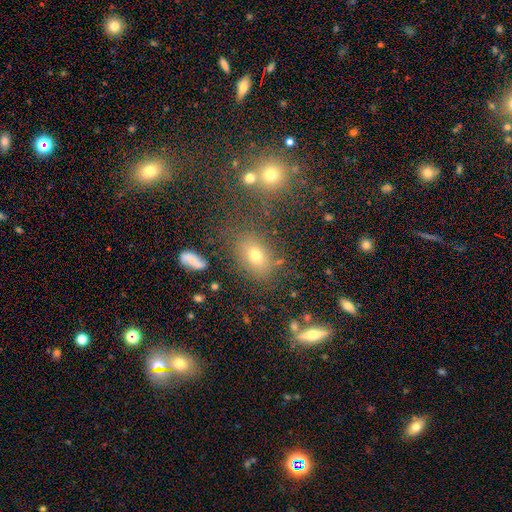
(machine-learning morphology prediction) Smooth or featured?
  - smooth: 67% *
  - star or artifact: 19%
  - featured or disk: 14%
How rounded?
  - in between: 71% *
  - round: 26%
  - cigar-shaped: 3%
Merging?
  - none: 76% *
  - minor disturbance: 12%
  - merger: 6%
  - major disturbance: 6%